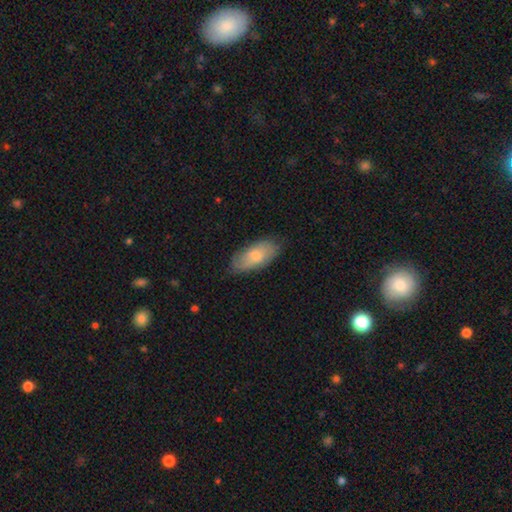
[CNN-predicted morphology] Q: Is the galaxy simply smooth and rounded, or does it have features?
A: smooth — 66%.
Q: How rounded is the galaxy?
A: in between — 90%.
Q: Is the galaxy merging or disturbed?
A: none — 76%.